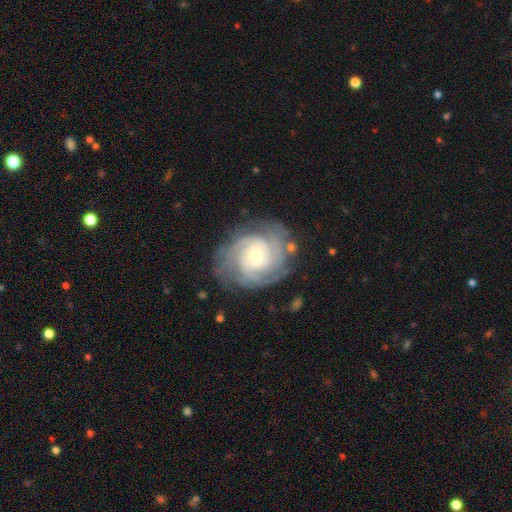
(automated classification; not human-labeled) Smooth or featured?
  - featured or disk: 89% *
  - smooth: 6%
  - star or artifact: 5%
Edge-on disk?
  - no: 98% *
  - yes: 2%
Bar?
  - no: 64% *
  - weak: 29%
  - strong: 7%
Spiral arms?
  - yes: 98% *
  - no: 2%
Spiral winding?
  - tight: 74% *
  - medium: 23%
  - loose: 4%
Spiral arm count?
  - 3: 31% *
  - can't tell: 21%
  - 4: 19%
  - 2: 17%
  - more than 4: 6%
  - 1: 6%
Bulge size?
  - moderate: 48% *
  - small: 47%
  - large: 3%
  - none: 1%
  - dominant: 1%
Merging?
  - none: 76% *
  - minor disturbance: 16%
  - major disturbance: 6%
  - merger: 2%